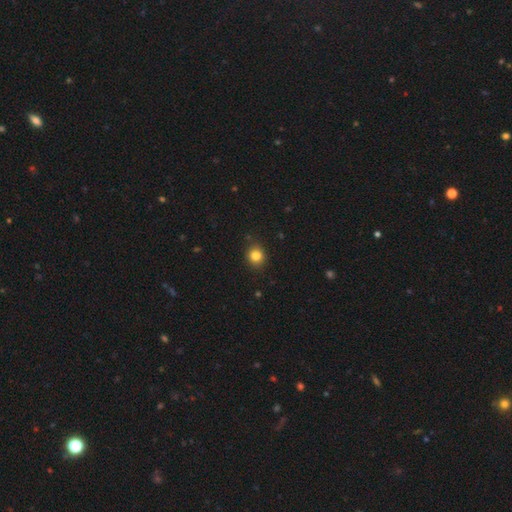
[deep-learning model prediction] Overall: smooth (84%). How rounded: round (80%). Merging: none (88%).